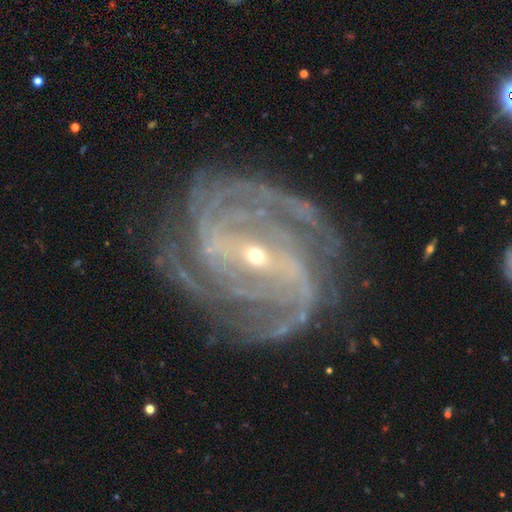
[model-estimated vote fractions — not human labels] smooth-or-featured: featured or disk: 92% | star or artifact: 5% | smooth: 3%
  disk-edge-on: no: 97% | yes: 3%
    bar: strong: 51% | weak: 34% | no: 16%
    has-spiral-arms: yes: 98% | no: 2%
      spiral-winding: tight: 55% | medium: 38% | loose: 7%
      spiral-arm-count: 2: 25% | 3: 22% | 4: 20% | can't tell: 15% | more than 4: 10% | 1: 8%
    bulge-size: small: 77% | moderate: 20% | large: 1% | none: 1% | dominant: 1%
  merging: none: 72% | minor disturbance: 17% | major disturbance: 9% | merger: 2%